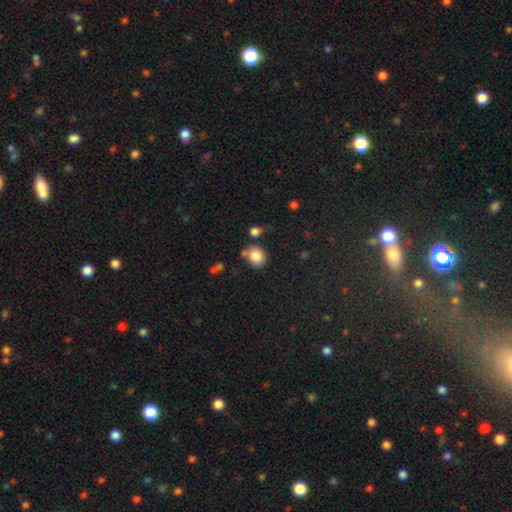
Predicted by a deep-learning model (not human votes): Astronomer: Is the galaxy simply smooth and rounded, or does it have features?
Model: smooth — 84%.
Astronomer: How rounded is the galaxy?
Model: round — 68%.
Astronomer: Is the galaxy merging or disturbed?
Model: none — 63%.